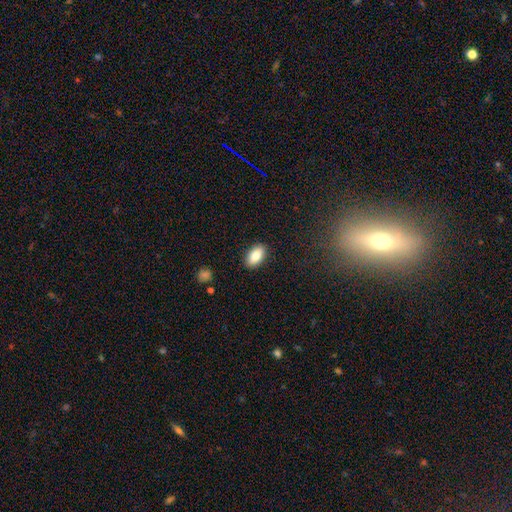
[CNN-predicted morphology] smooth 84%, featured or disk 9%, star or artifact 7%. Down the decision tree: how rounded — in between (93%); merging — none (89%).